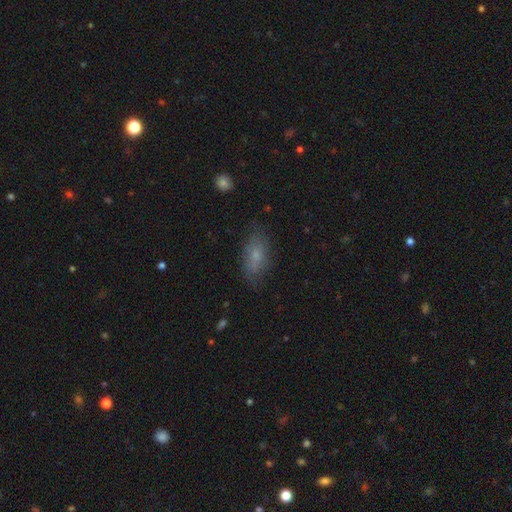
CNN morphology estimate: Smooth or featured?
  - smooth: 70% *
  - featured or disk: 21%
  - star or artifact: 10%
How rounded?
  - in between: 85% *
  - cigar-shaped: 11%
  - round: 4%
Merging?
  - none: 73% *
  - minor disturbance: 19%
  - major disturbance: 6%
  - merger: 2%